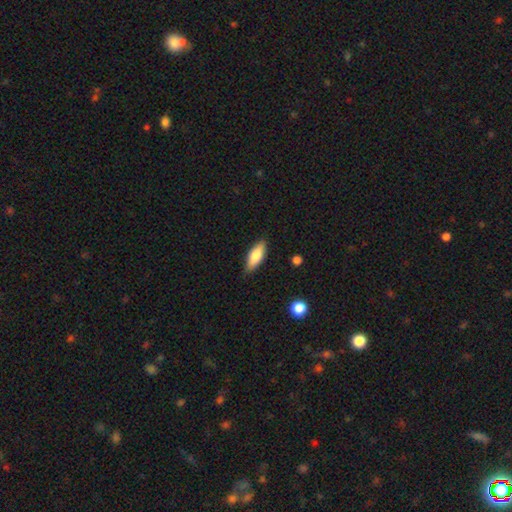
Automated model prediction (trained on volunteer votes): Smooth or featured?
  - smooth: 75% *
  - featured or disk: 19%
  - star or artifact: 6%
How rounded?
  - in between: 70% *
  - cigar-shaped: 28%
  - round: 2%
Merging?
  - none: 85% *
  - minor disturbance: 11%
  - major disturbance: 2%
  - merger: 1%